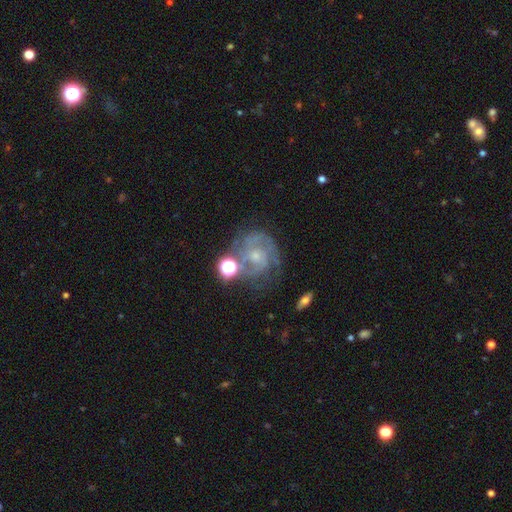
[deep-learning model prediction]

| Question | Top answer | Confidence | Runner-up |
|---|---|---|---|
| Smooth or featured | featured or disk | 79% | star or artifact (11%) |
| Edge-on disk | no | 98% | yes (2%) |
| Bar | no | 64% | weak (30%) |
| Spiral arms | yes | 94% | no (6%) |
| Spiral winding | tight | 56% | medium (36%) |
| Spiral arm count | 2 | 43% | can't tell (22%) |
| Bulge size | small | 62% | moderate (29%) |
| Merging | none | 62% | minor disturbance (18%) |